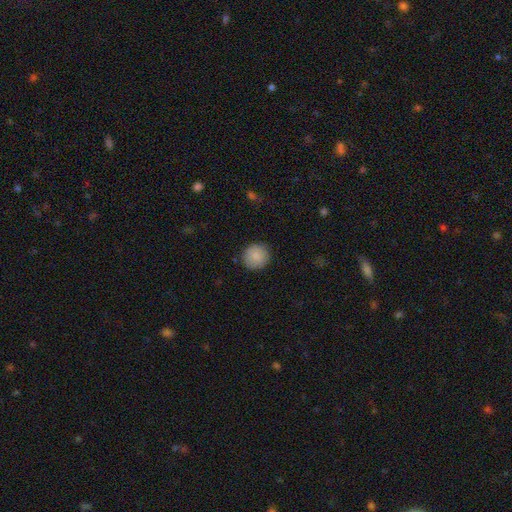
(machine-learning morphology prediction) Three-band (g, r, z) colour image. It shows a smooth galaxy with no disk features (88%) that is round (92%). Merging: none (89%).